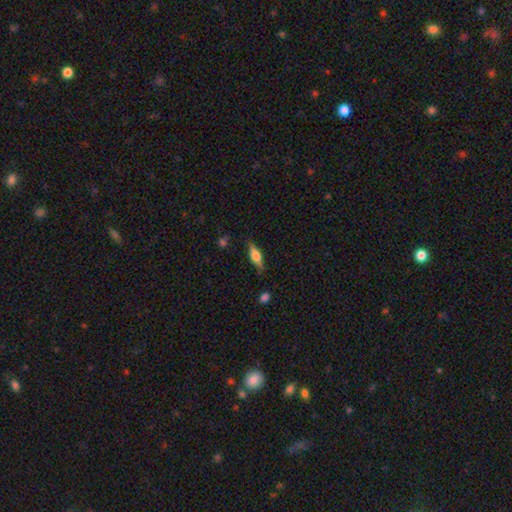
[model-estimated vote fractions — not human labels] Overall: smooth (52%; featured or disk 41%). How rounded: in between (52%; cigar-shaped 45%). Merging: none (79%).